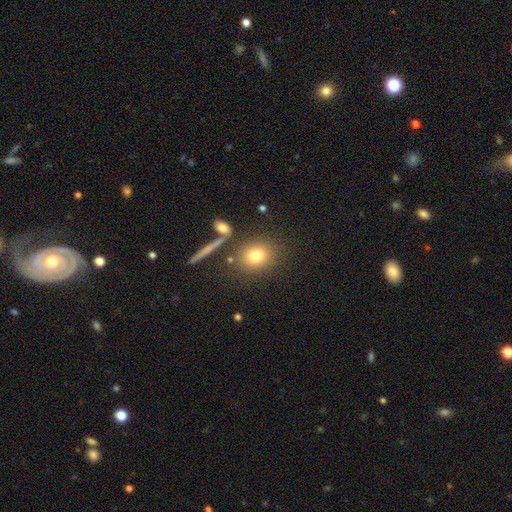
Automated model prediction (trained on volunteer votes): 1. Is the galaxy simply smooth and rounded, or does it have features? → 76% smooth, 13% star or artifact, 11% featured or disk.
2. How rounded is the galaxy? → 70% round, 27% in between, 2% cigar-shaped.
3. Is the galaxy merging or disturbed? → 78% none, 10% minor disturbance, 8% merger, 5% major disturbance.